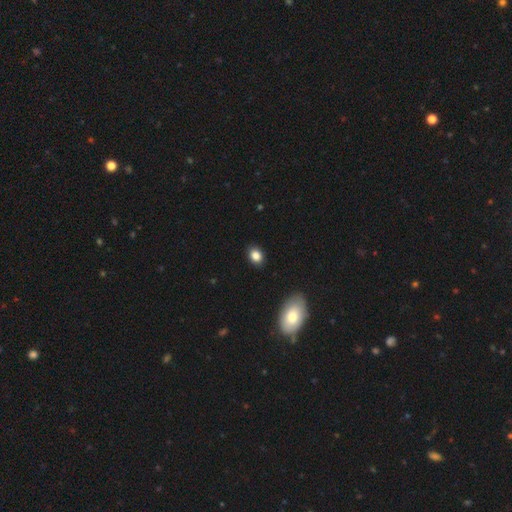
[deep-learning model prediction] Overall: smooth (85%). How rounded: in between (61%; round 38%). Merging: none (88%).